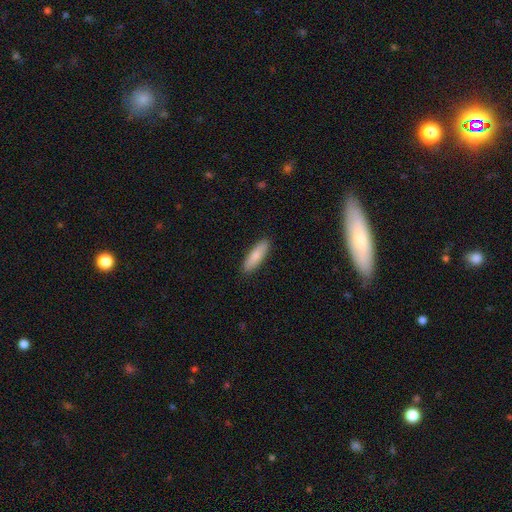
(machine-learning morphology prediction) Smooth or featured? smooth (81%)
How rounded? cigar-shaped (58%)
Merging? none (90%)